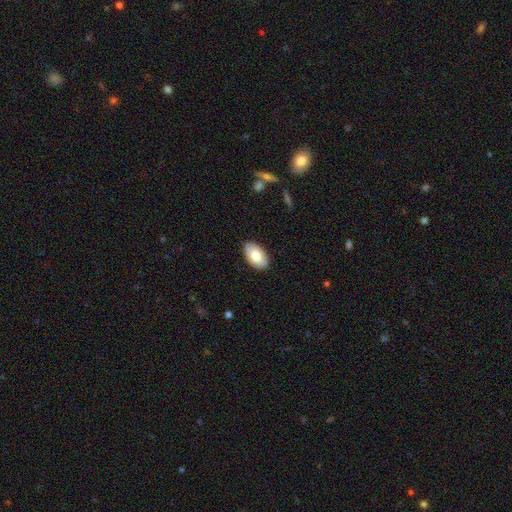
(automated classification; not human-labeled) Smooth or featured: smooth — 75% (featured or disk — 19%)
How rounded: in between — 94% (round — 5%)
Merging: none — 86% (minor disturbance — 11%)